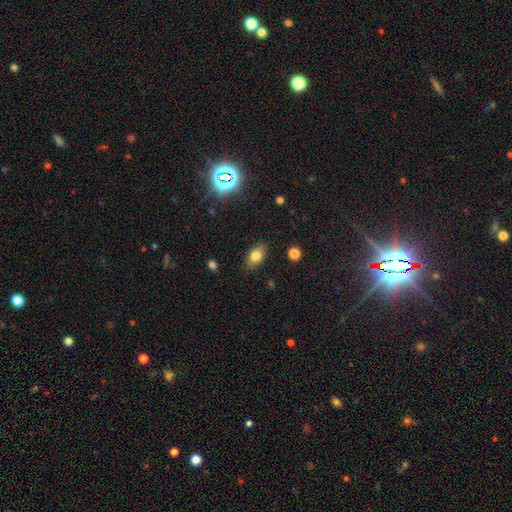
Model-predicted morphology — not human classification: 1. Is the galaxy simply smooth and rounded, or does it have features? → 79% smooth, 11% featured or disk, 10% star or artifact.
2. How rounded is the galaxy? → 86% in between, 11% round, 3% cigar-shaped.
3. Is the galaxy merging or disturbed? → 86% none, 11% minor disturbance, 3% major disturbance, 1% merger.